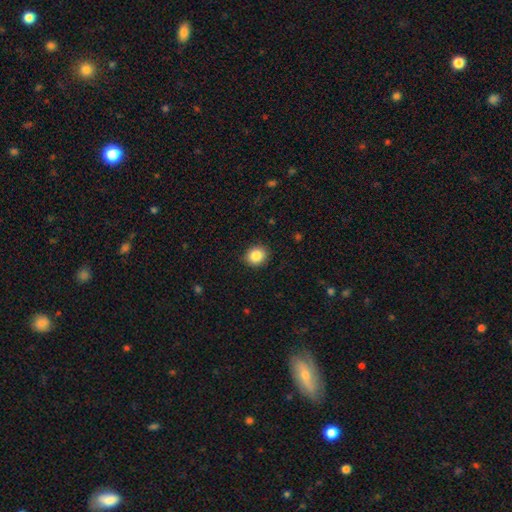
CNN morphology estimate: This appears to be a smooth galaxy with no disk features (86%) that is round (75%). Merging: none (90%).